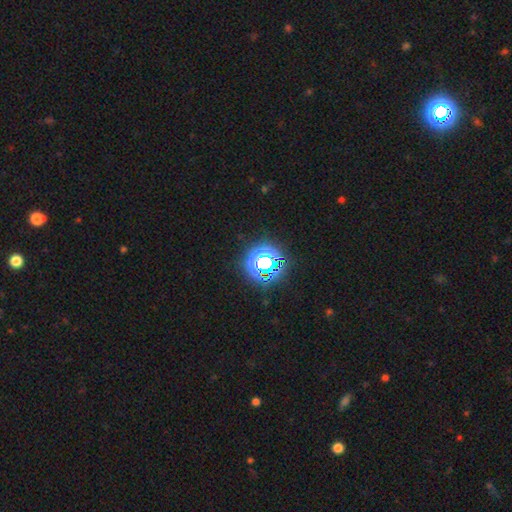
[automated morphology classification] Smooth or featured?
  - star or artifact: 71% *
  - smooth: 20%
  - featured or disk: 9%